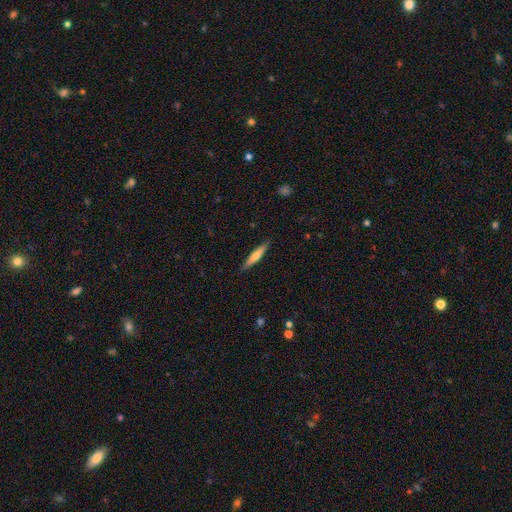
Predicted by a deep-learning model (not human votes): Morphology: type=smooth (59%); roundness=cigar-shaped (91%); merging=none (89%).